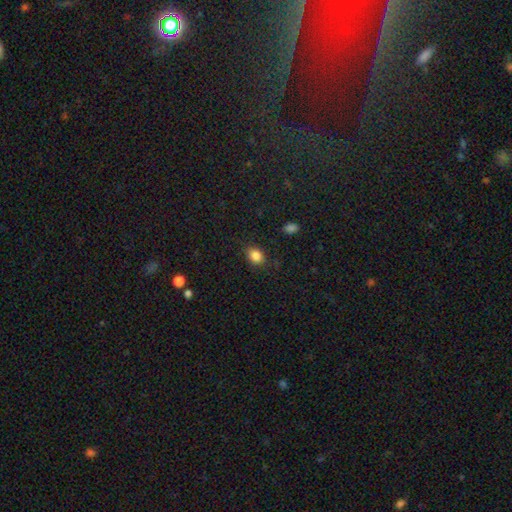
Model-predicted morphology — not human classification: This appears to be a smooth galaxy with no disk features (85%) that is in between round and cigar-shaped (59%). Merging: none (85%).